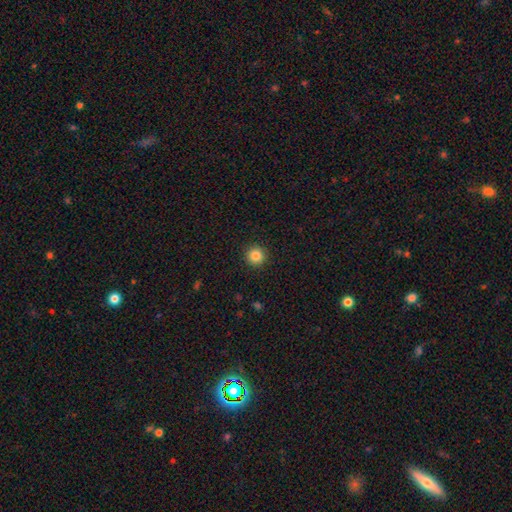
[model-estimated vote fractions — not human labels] The model was most divided on "smooth or featured": smooth: 85%, star or artifact: 11%, featured or disk: 4%. More confident: how rounded — round (96%); merging — none (93%).